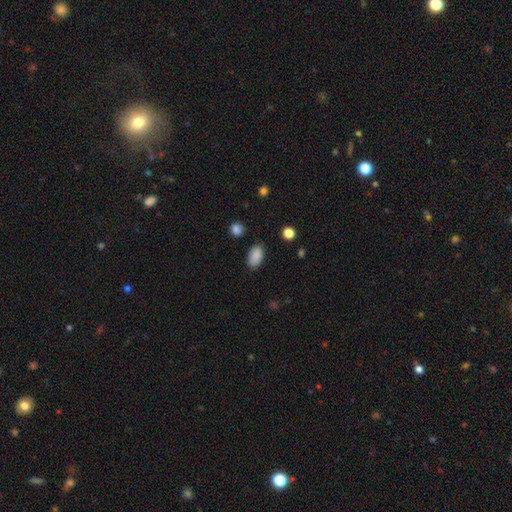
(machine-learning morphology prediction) Smooth or featured: smooth — 88% (star or artifact — 8%)
How rounded: in between — 93% (round — 6%)
Merging: none — 83% (minor disturbance — 12%)